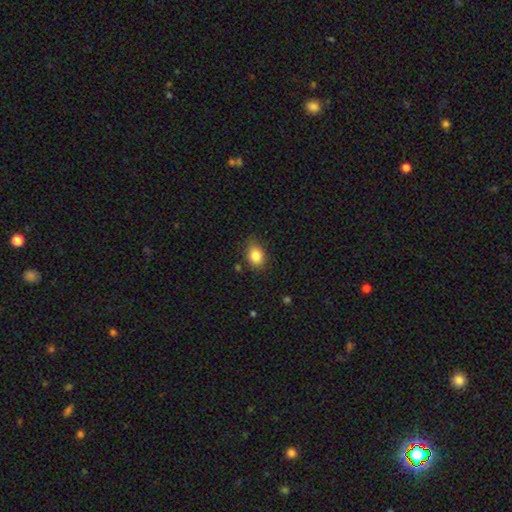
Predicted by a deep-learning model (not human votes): Morphology: type=smooth (85%); roundness=in between (67%); merging=none (78%).